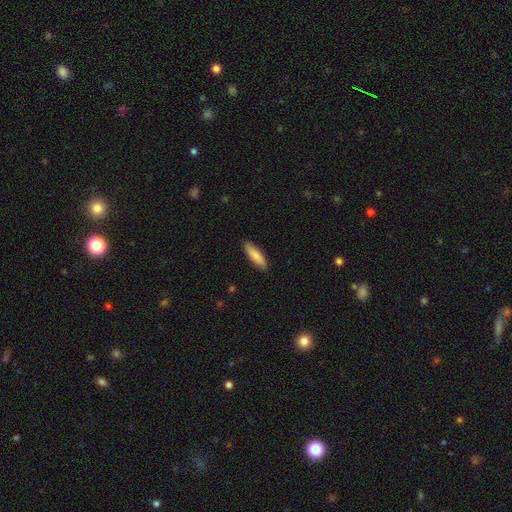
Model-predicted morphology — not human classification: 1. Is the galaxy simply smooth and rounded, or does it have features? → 85% smooth, 10% featured or disk, 5% star or artifact.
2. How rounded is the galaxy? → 58% cigar-shaped, 41% in between, 1% round.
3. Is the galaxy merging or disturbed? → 89% none, 9% minor disturbance, 2% major disturbance, 1% merger.